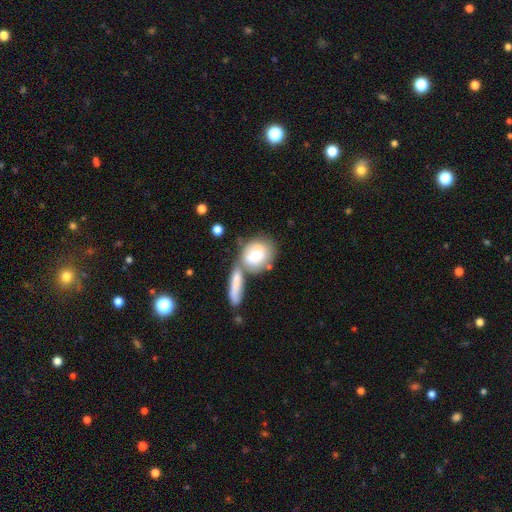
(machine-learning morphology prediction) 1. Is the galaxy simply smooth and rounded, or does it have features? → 69% smooth, 25% featured or disk, 6% star or artifact.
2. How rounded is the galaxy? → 51% round, 45% in between, 4% cigar-shaped.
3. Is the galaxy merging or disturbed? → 43% merger, 38% none, 13% minor disturbance, 6% major disturbance.